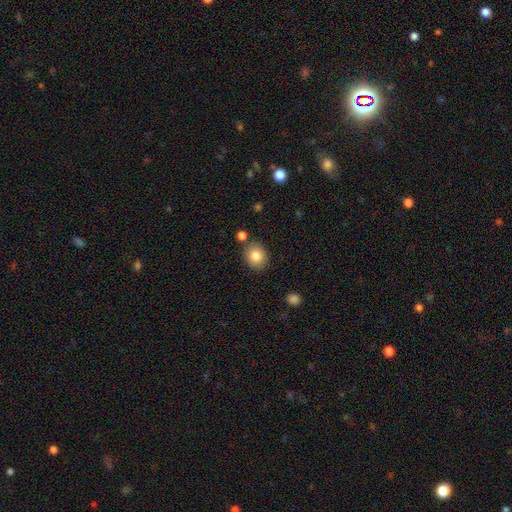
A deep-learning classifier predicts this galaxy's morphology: Overall: smooth (82%). How rounded: round (62%; in between 37%). Merging: none (81%).